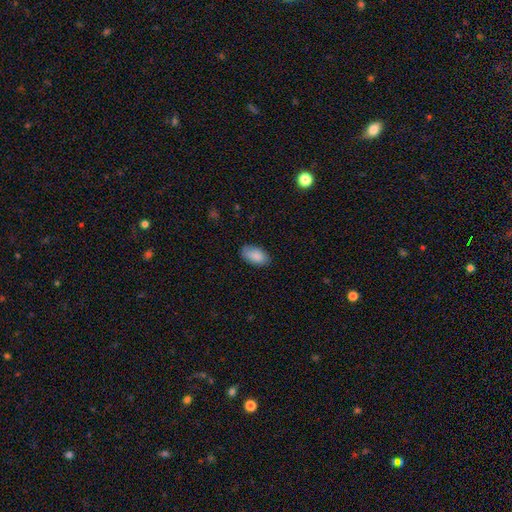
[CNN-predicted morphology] Overall: smooth (89%). How rounded: in between (94%). Merging: none (83%).